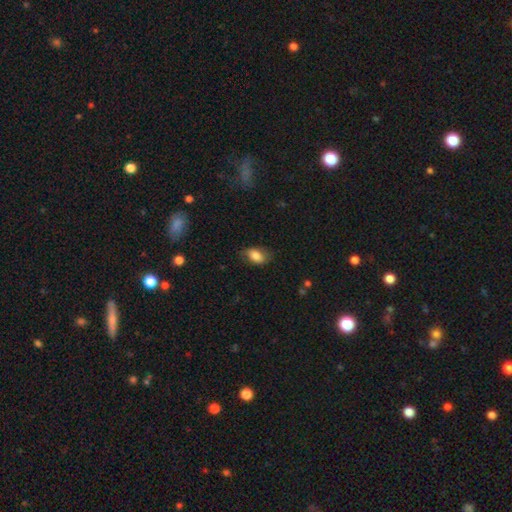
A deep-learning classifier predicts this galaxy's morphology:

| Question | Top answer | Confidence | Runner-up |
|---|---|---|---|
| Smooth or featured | smooth | 83% | featured or disk (10%) |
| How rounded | in between | 88% | round (11%) |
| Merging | none | 72% | minor disturbance (21%) |